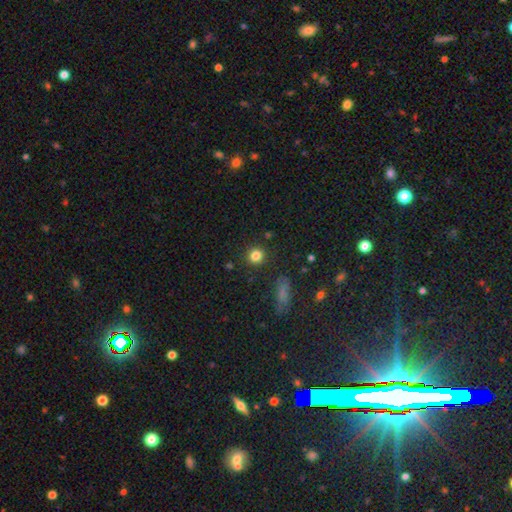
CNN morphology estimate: A smooth galaxy with no disk features (83%) that is round (90%). Merging: none (90%).